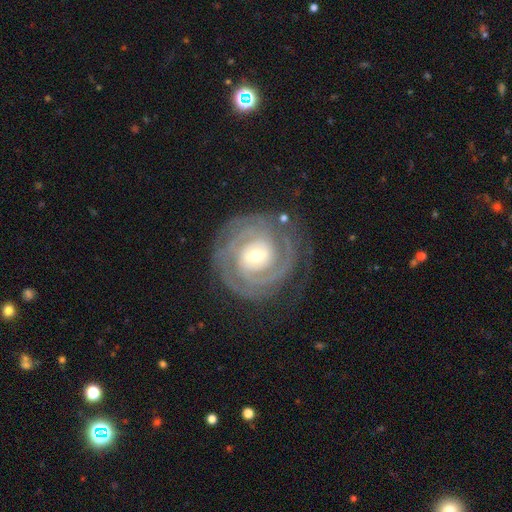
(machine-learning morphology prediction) Overall: featured or disk (88%). Edge-on disk: no (97%). Bar: weak (47%; no 29%). Spiral arms: yes (97%). Spiral arm count: 2 (34%; can't tell 27%). Spiral winding: tight (81%). Bulge size: moderate (49%; small 45%). Merging: none (77%).